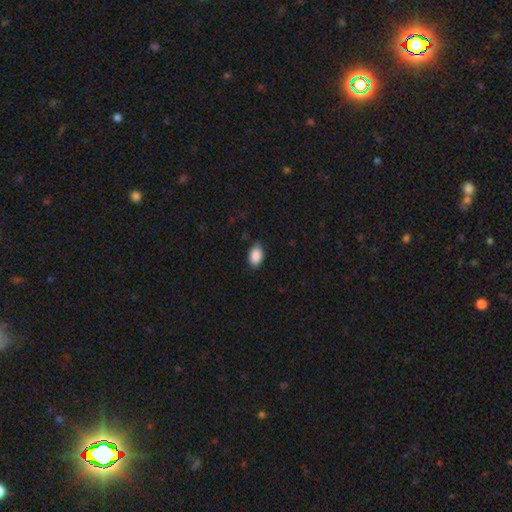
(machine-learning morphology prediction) Smooth or featured: smooth — 89% (star or artifact — 7%)
How rounded: in between — 89% (round — 9%)
Merging: none — 78% (minor disturbance — 18%)